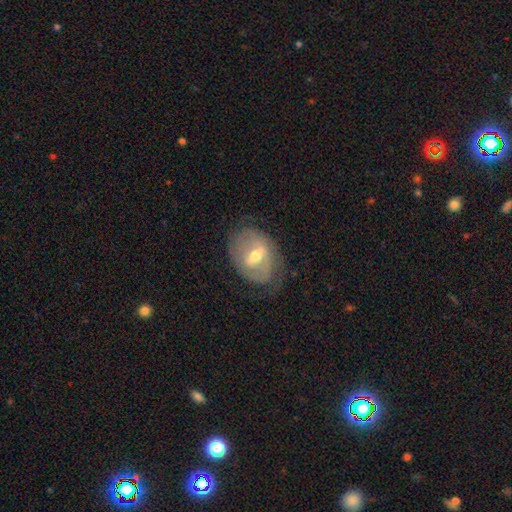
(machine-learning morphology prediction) Smooth or featured? Predicted: featured or disk (p=0.67). Edge-on disk? Predicted: no (p=0.93). Bar? Predicted: weak (p=0.47). Spiral arms? Predicted: yes (p=0.60). Bulge size? Predicted: moderate (p=0.69). Merging? Predicted: none (p=0.65).